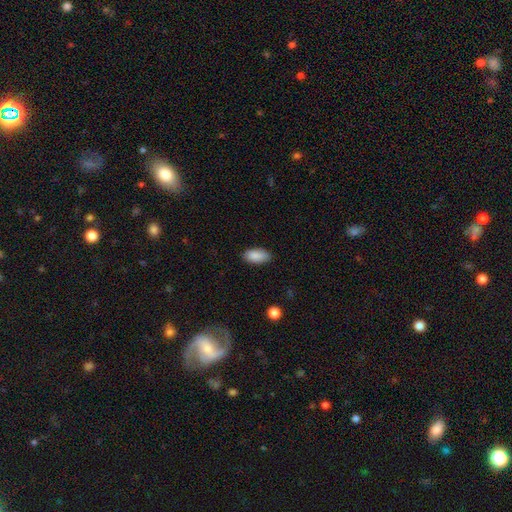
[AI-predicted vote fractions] smooth-or-featured: smooth: 89% | star or artifact: 7% | featured or disk: 4%
  how-rounded: in between: 93% | cigar-shaped: 5% | round: 2%
  merging: none: 85% | minor disturbance: 11% | major disturbance: 2% | merger: 1%